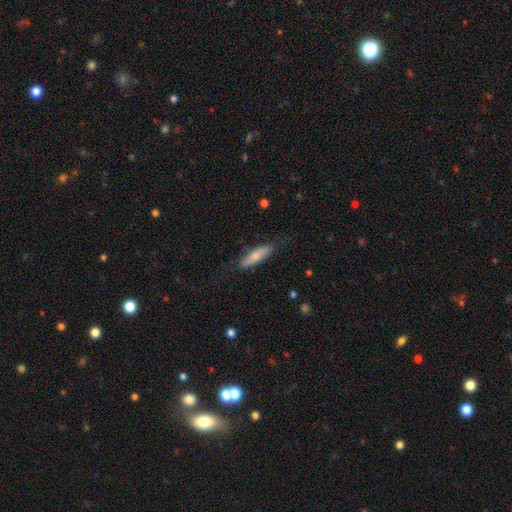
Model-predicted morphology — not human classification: Overall: smooth (69%). How rounded: cigar-shaped (66%; in between 32%). Merging: none (76%).